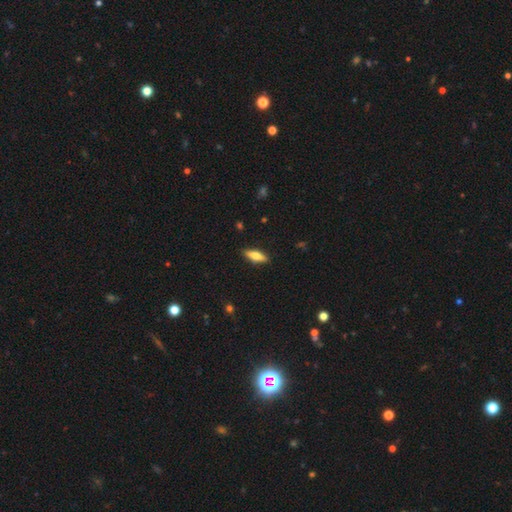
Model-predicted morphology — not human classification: The model was most divided on "how rounded": in between: 50%, cigar-shaped: 48%, round: 2%. More confident: merging — none (88%); smooth or featured — smooth (58%).